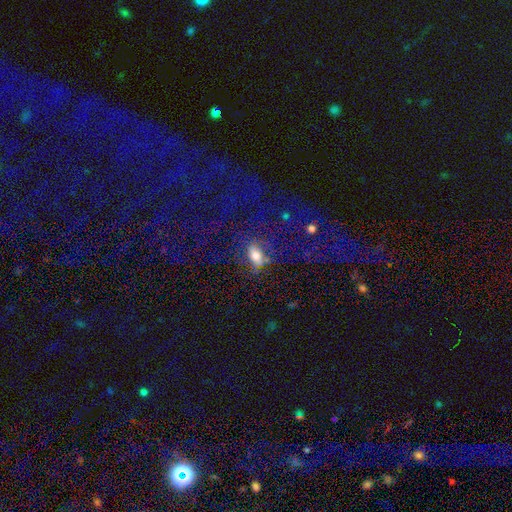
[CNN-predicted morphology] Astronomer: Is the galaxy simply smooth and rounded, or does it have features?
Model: smooth — 63%.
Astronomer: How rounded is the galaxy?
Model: in between — 80%.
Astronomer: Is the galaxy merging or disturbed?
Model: none — 60%.